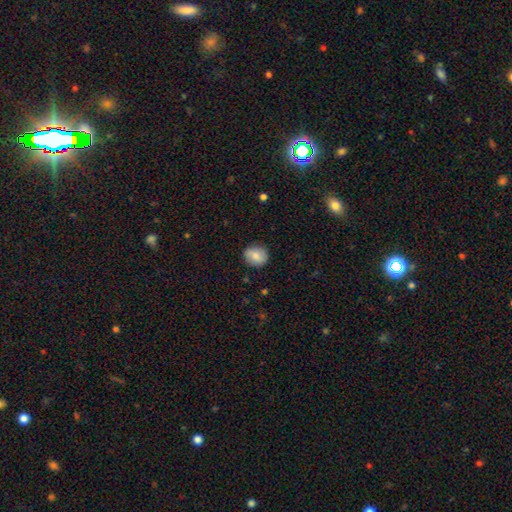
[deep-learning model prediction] Smooth or featured: smooth — 81% (featured or disk — 11%)
How rounded: round — 71% (in between — 28%)
Merging: none — 86% (minor disturbance — 10%)